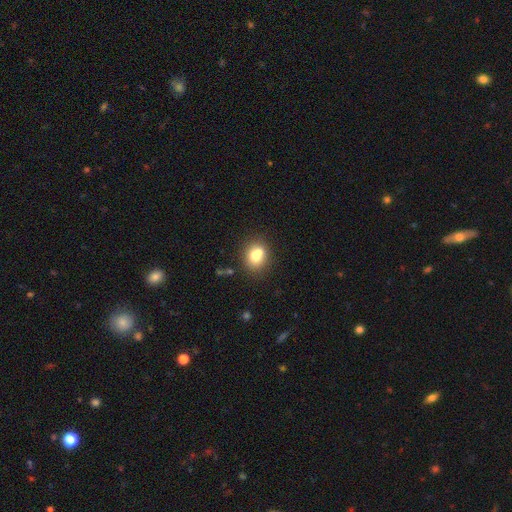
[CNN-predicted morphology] type=smooth (72%); roundness=round (68%); merging=none (53%).